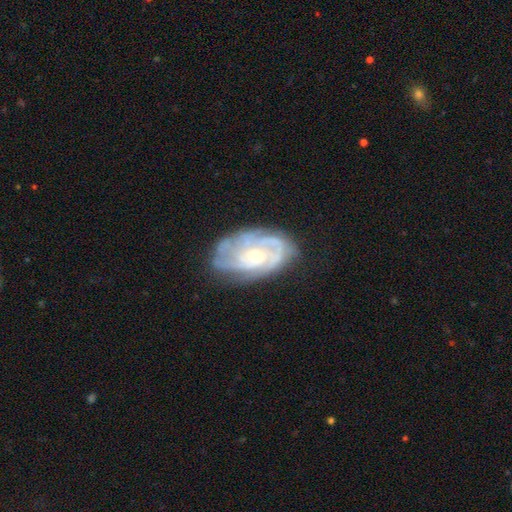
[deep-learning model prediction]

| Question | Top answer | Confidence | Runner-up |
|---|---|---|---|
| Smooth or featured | featured or disk | 84% | smooth (11%) |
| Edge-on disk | no | 96% | yes (4%) |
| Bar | no | 71% | weak (24%) |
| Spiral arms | yes | 92% | no (8%) |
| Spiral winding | tight | 63% | medium (30%) |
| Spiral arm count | can't tell | 35% | 2 (23%) |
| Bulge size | small | 51% | moderate (45%) |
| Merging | none | 68% | minor disturbance (22%) |